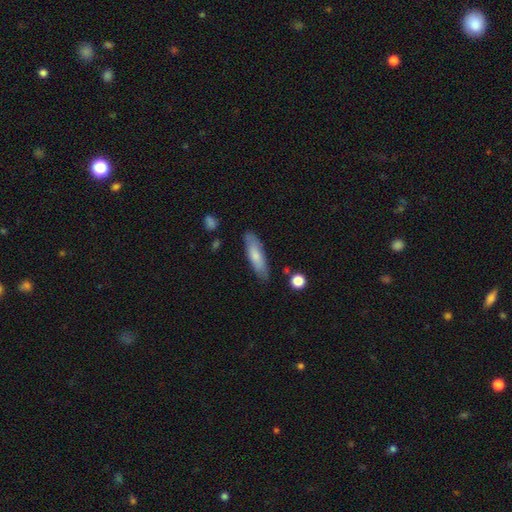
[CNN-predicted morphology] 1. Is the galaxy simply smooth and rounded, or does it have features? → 73% smooth, 21% featured or disk, 6% star or artifact.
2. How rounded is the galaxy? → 65% cigar-shaped, 34% in between, 2% round.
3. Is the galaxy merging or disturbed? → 83% none, 12% minor disturbance, 2% major disturbance, 2% merger.